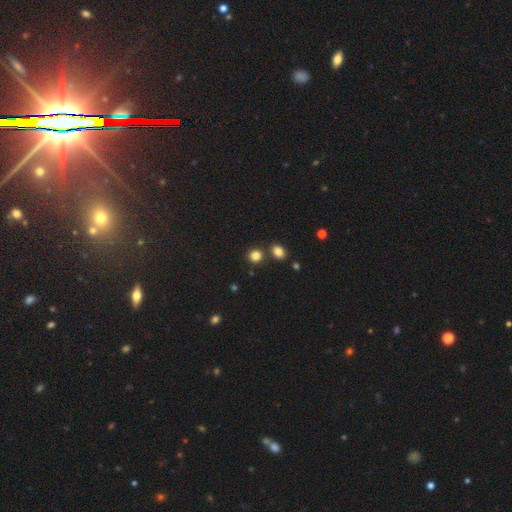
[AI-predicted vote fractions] This is clearly a smooth galaxy (83%). How rounded: clearly round (82%). Merging: likely none (77%).